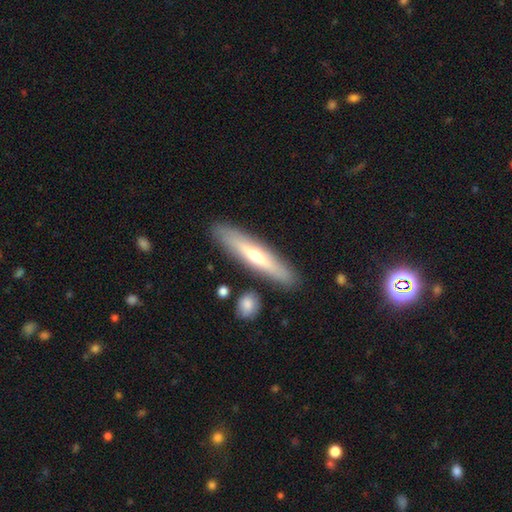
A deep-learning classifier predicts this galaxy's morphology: This is possibly a smooth galaxy (50%). Merging: clearly none (86%).